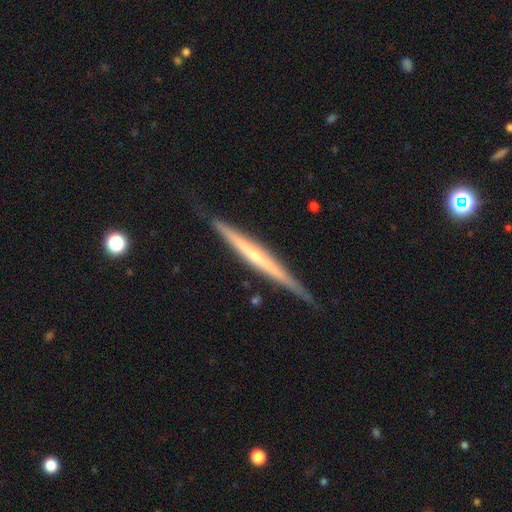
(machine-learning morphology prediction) This appears to be a featured or disk galaxy (69%) viewed edge-on (97%) with no central bulge (60%). Merging: none (85%).